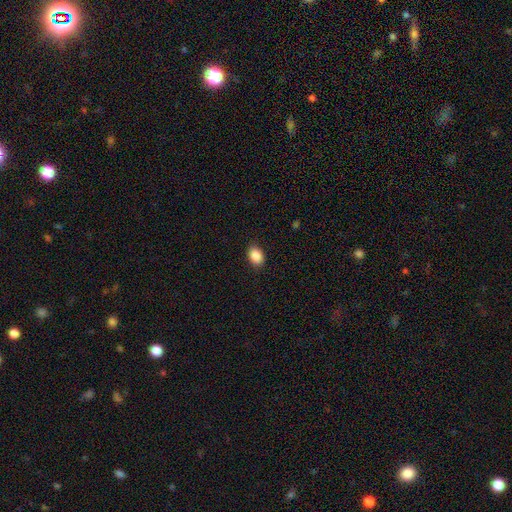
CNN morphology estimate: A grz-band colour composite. It shows a smooth galaxy with no disk features (89%) that is in between round and cigar-shaped (77%). Merging: none (87%).